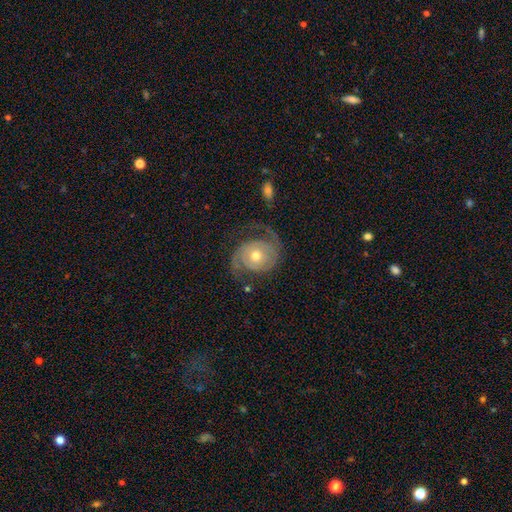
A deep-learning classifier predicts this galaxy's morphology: Smooth or featured?
  - featured or disk: 86% *
  - smooth: 9%
  - star or artifact: 5%
Edge-on disk?
  - no: 98% *
  - yes: 2%
Bar?
  - no: 76% *
  - weak: 19%
  - strong: 5%
Spiral arms?
  - yes: 96% *
  - no: 4%
Spiral winding?
  - medium: 41% *
  - tight: 33%
  - loose: 26%
Spiral arm count?
  - 2: 90% *
  - can't tell: 3%
  - 1: 3%
  - 3: 2%
  - 4: 1%
  - more than 4: 1%
Bulge size?
  - moderate: 65% *
  - small: 29%
  - large: 4%
  - dominant: 1%
  - none: 1%
Merging?
  - none: 68% *
  - minor disturbance: 16%
  - major disturbance: 13%
  - merger: 2%